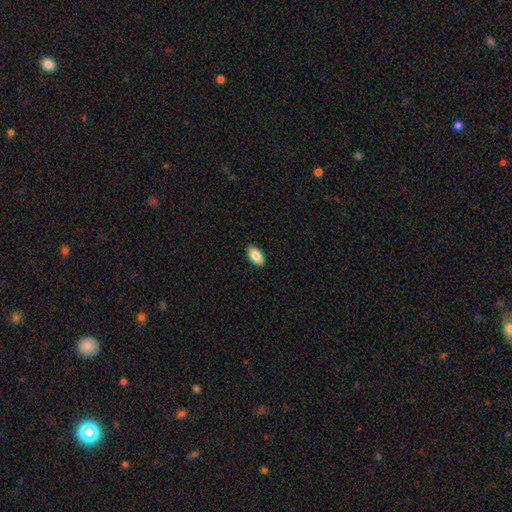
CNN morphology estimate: Smooth or featured? Predicted: smooth (p=0.86). How rounded? Predicted: in between (p=0.93). Merging? Predicted: none (p=0.90).